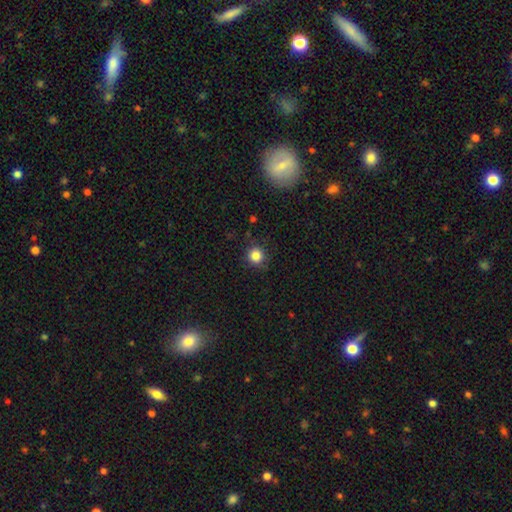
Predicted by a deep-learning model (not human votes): A smooth galaxy with no disk features (84%) that is round (92%). Merging: none (84%).